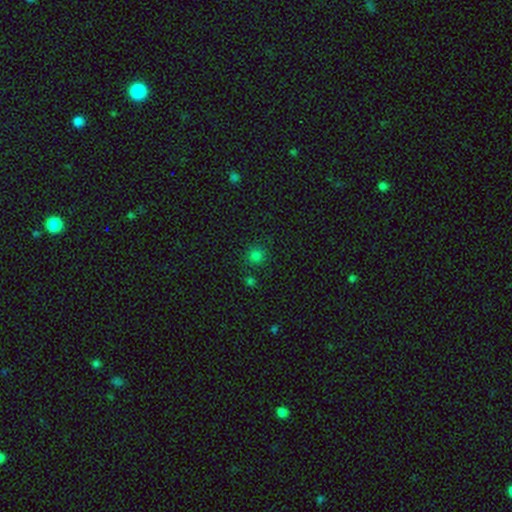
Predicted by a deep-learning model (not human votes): Smooth or featured?
  - smooth: 78% *
  - star or artifact: 18%
  - featured or disk: 4%
How rounded?
  - round: 91% *
  - in between: 8%
  - cigar-shaped: 1%
Merging?
  - none: 82% *
  - minor disturbance: 9%
  - merger: 6%
  - major disturbance: 3%